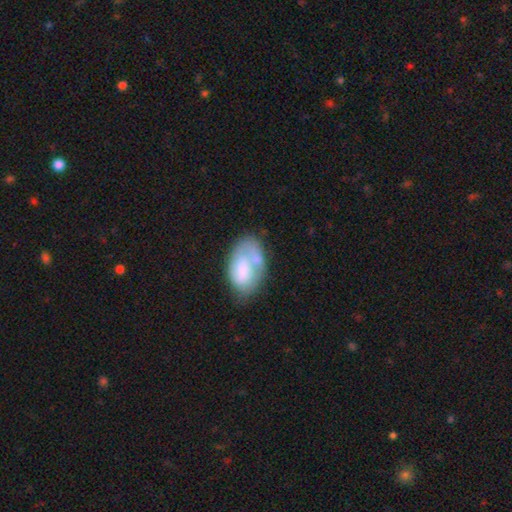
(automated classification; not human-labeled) Smooth or featured? smooth (61%)
How rounded? in between (92%)
Merging? none (42%)